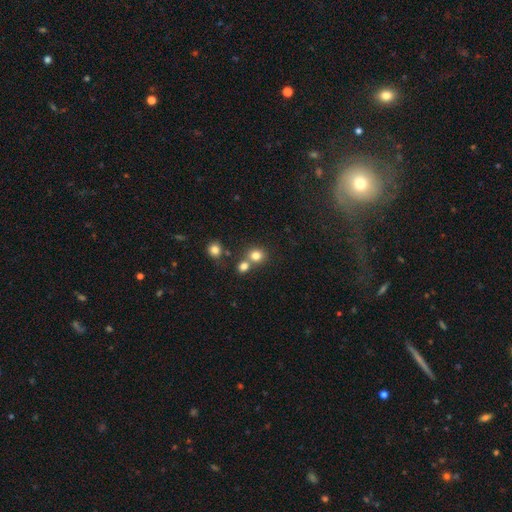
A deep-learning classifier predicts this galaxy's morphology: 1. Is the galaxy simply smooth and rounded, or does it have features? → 79% smooth, 13% star or artifact, 7% featured or disk.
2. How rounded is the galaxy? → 80% round, 19% in between, 1% cigar-shaped.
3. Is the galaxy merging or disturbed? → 56% none, 32% merger, 8% minor disturbance, 3% major disturbance.